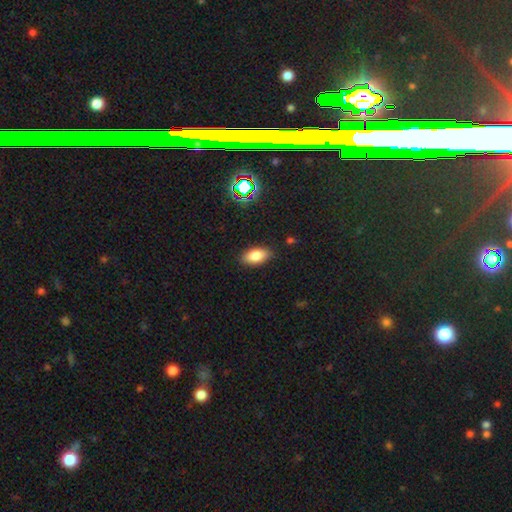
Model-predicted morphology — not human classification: Smooth or featured: smooth — 83% (star or artifact — 9%)
How rounded: in between — 92% (cigar-shaped — 5%)
Merging: none — 86% (minor disturbance — 10%)